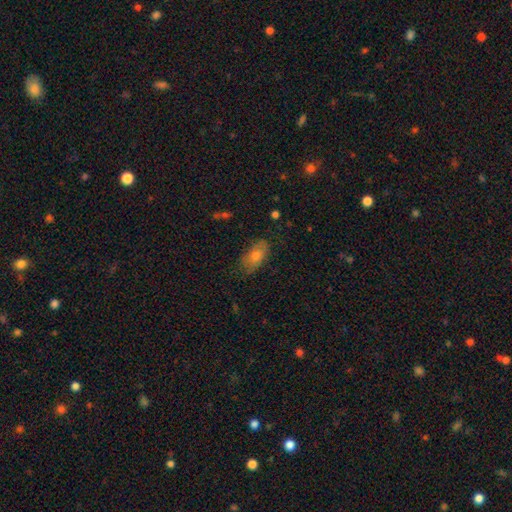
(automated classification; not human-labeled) Smooth or featured? Predicted: smooth (p=0.69). How rounded? Predicted: in between (p=0.87). Merging? Predicted: none (p=0.76).